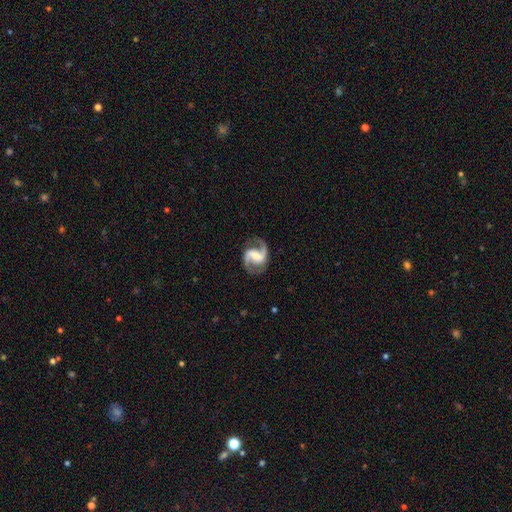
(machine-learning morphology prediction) type=featured or disk (93%); edge-on=no (98%); bar=weak (44%); spiral arms=yes (98%); winding=medium (62%); arm count=2 (94%); bulge=moderate (47%); merging=none (83%).